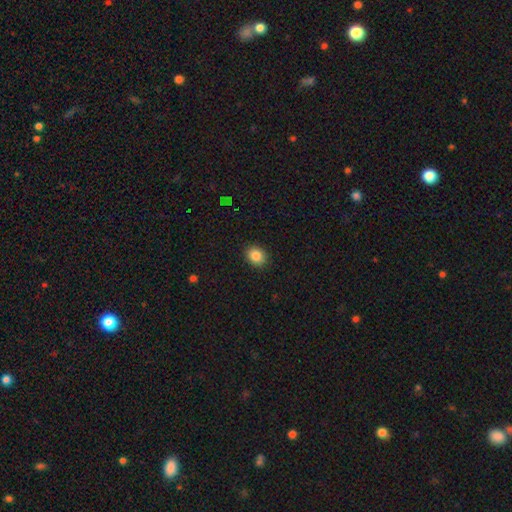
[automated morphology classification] A smooth galaxy with no disk features (86%) that is round (55%).

Vote fractions:
- Smooth or featured? smooth: 86% / star or artifact: 10% / featured or disk: 4%
- How rounded? round: 55% / in between: 44% / cigar-shaped: 1%
- Merging? none: 90% / minor disturbance: 7% / major disturbance: 2% / merger: 1%